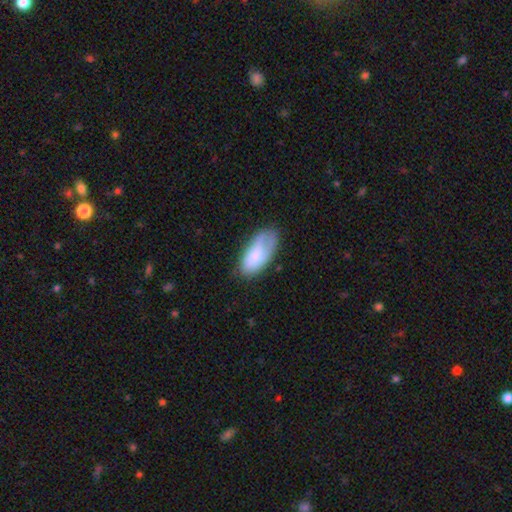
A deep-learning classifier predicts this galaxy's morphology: type=smooth (72%); roundness=in between (91%); merging=none (51%).